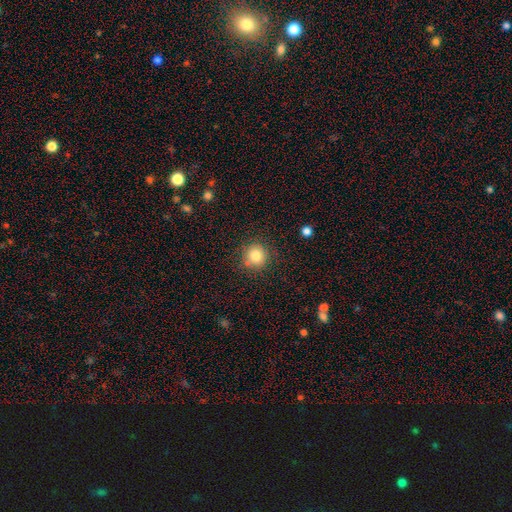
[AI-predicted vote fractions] smooth_or_featured: smooth (p=0.82) [alt: star or artifact p=0.11]
how_rounded: round (p=0.93) [alt: in between p=0.06]
merging: none (p=0.84) [alt: minor disturbance p=0.09]